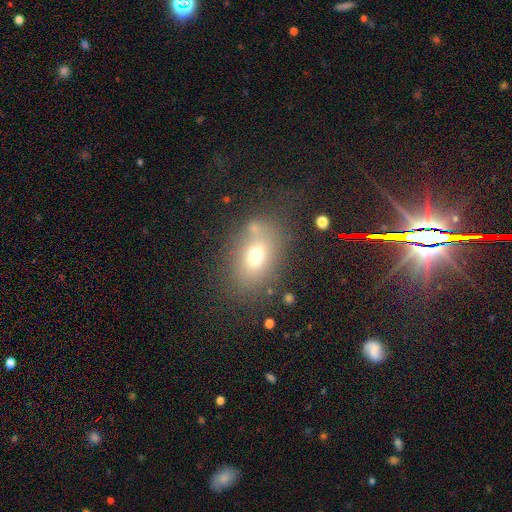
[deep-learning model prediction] smooth 68%, featured or disk 17%, star or artifact 15%. Down the decision tree: how rounded — in between (76%); merging — none (68%).